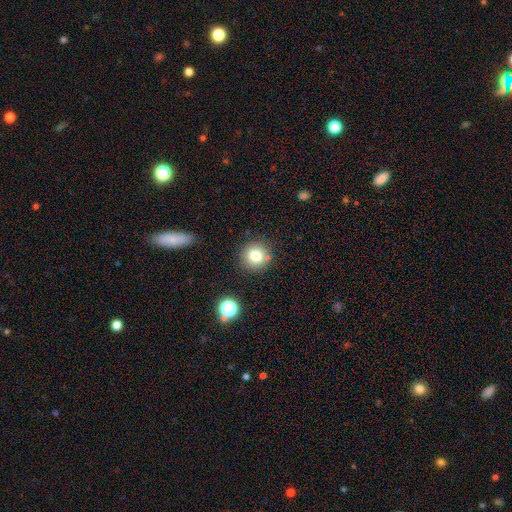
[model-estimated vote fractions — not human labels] smooth 77%, star or artifact 13%, featured or disk 10%. Down the decision tree: how rounded — round (92%); merging — none (83%).